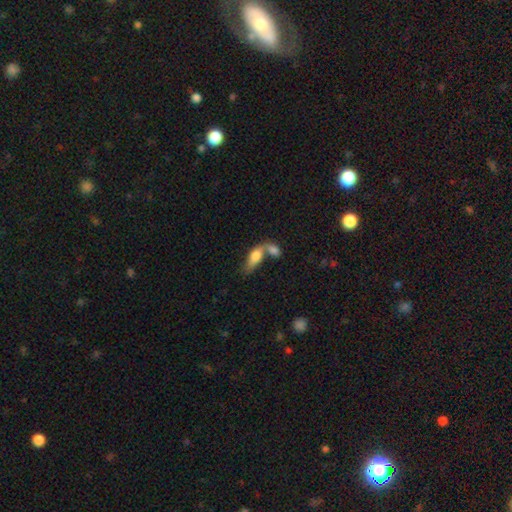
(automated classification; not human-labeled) This is likely a smooth galaxy (72%). How rounded: likely in between (77%). Merging: likely merger (66%).